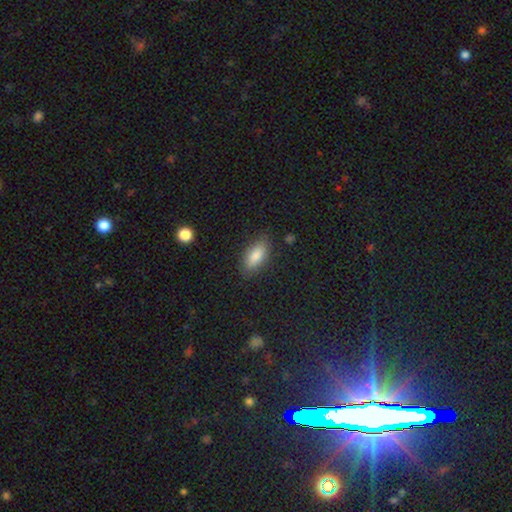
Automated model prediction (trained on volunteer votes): Q: Smooth or featured?
A: smooth (83%); runner-up: featured or disk (9%)
Q: How rounded?
A: in between (83%); runner-up: cigar-shaped (14%)
Q: Merging?
A: none (84%); runner-up: minor disturbance (12%)